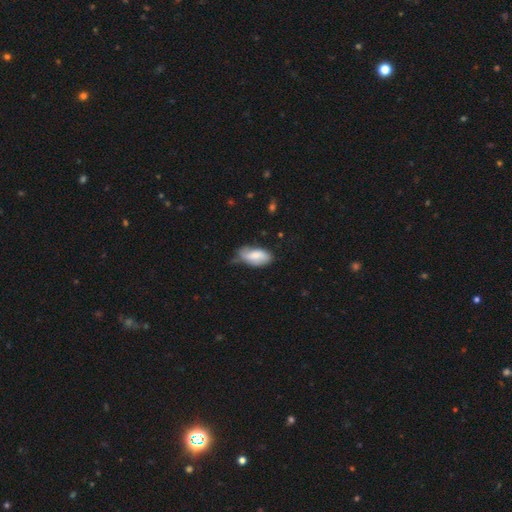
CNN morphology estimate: This is likely a smooth galaxy (67%). How rounded: clearly in between (91%). Merging: possibly none (47%).